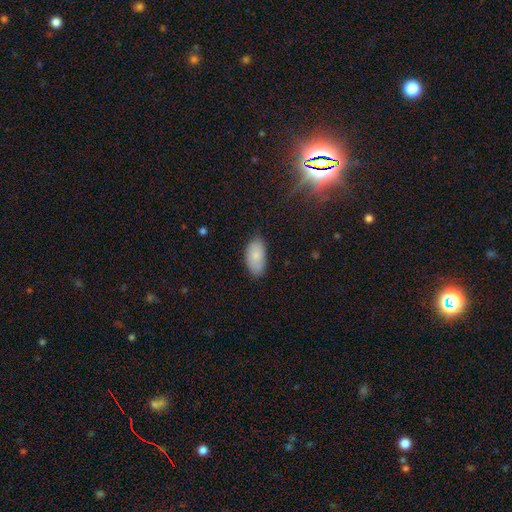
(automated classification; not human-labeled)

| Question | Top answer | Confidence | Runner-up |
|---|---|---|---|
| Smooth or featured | smooth | 83% | featured or disk (10%) |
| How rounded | in between | 94% | round (3%) |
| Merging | none | 78% | minor disturbance (17%) |